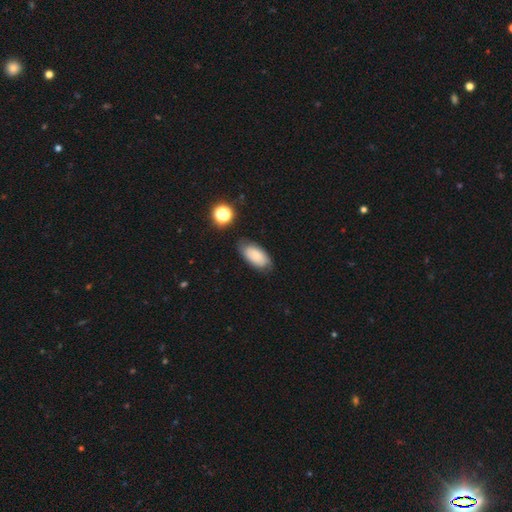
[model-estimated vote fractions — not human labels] smooth 74%, featured or disk 17%, star or artifact 9%. Down the decision tree: how rounded — in between (92%); merging — none (74%).